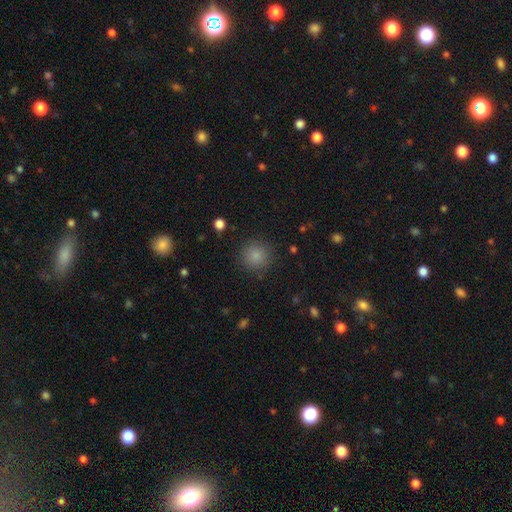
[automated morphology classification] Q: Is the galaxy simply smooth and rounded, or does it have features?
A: smooth — 85%.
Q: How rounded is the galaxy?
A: round — 94%.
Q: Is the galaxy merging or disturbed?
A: none — 88%.